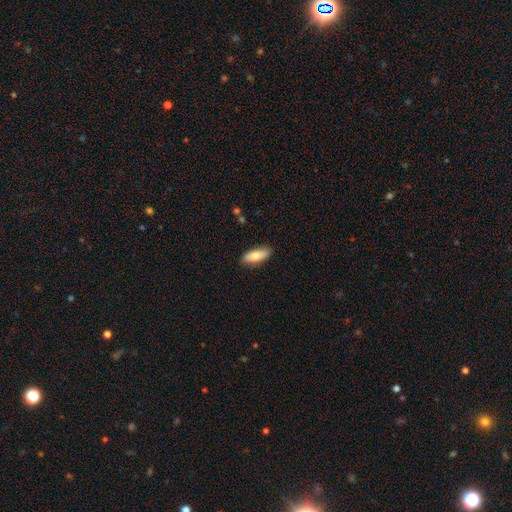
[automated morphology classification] type=smooth (76%); roundness=in between (70%); merging=none (85%).